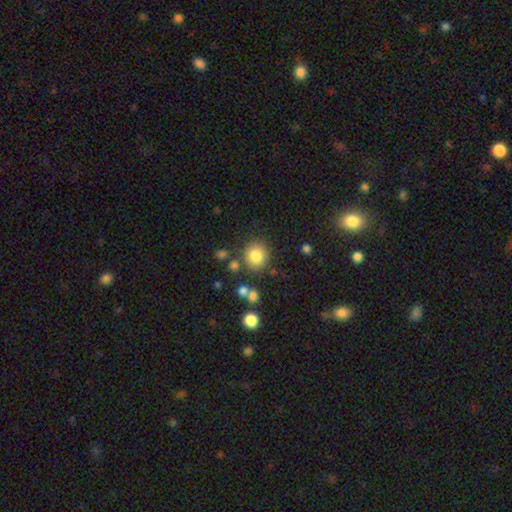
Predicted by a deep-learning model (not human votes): This appears to be a smooth galaxy with no disk features (83%) that is round (87%). Merging: none (81%).